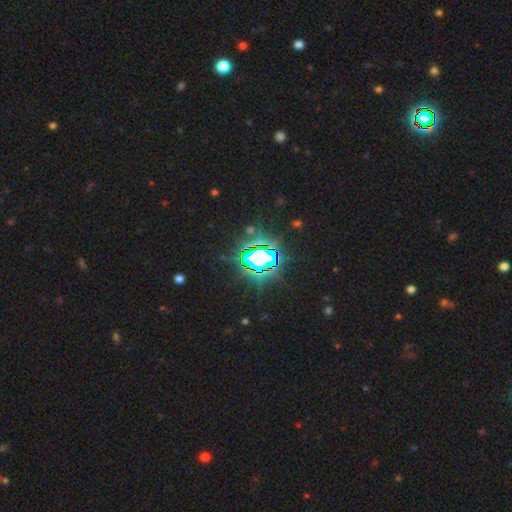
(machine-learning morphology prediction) Smooth or featured?
  - star or artifact: 77% *
  - smooth: 12%
  - featured or disk: 11%